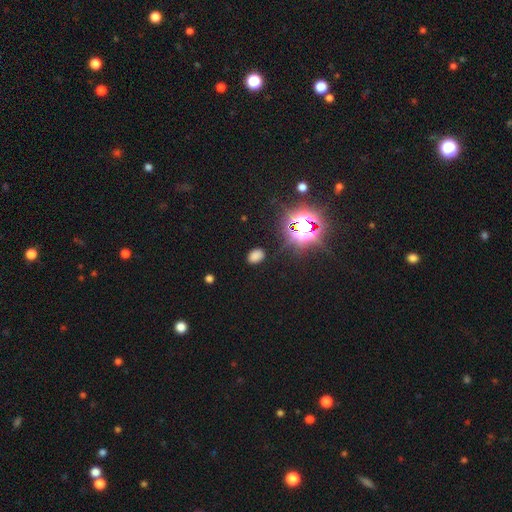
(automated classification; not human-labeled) Overall: smooth (68%). How rounded: in between (81%). Merging: none (84%).